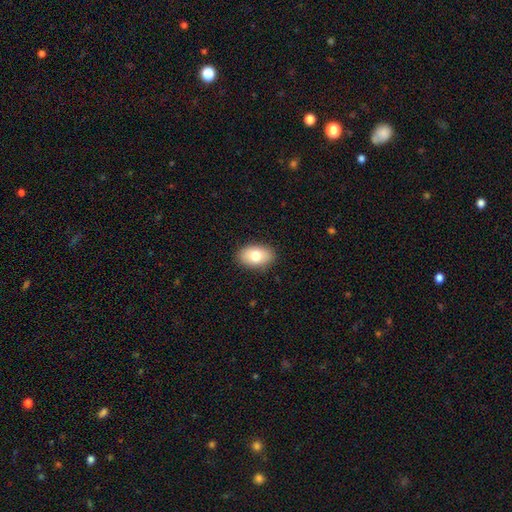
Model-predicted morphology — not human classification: A smooth galaxy with no disk features (77%) that is in between round and cigar-shaped (88%).

Vote fractions:
- Smooth or featured? smooth: 77% / featured or disk: 15% / star or artifact: 8%
- How rounded? in between: 88% / round: 11% / cigar-shaped: 1%
- Merging? none: 88% / minor disturbance: 9% / major disturbance: 2% / merger: 1%